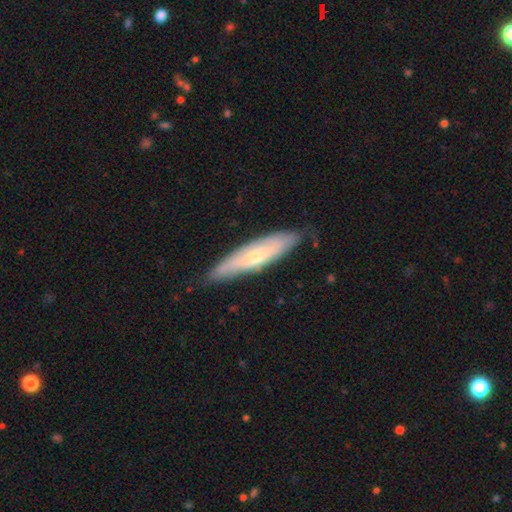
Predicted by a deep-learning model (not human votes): Morphology: type=featured or disk (51%); edge-on=yes (51%); merging=none (75%).